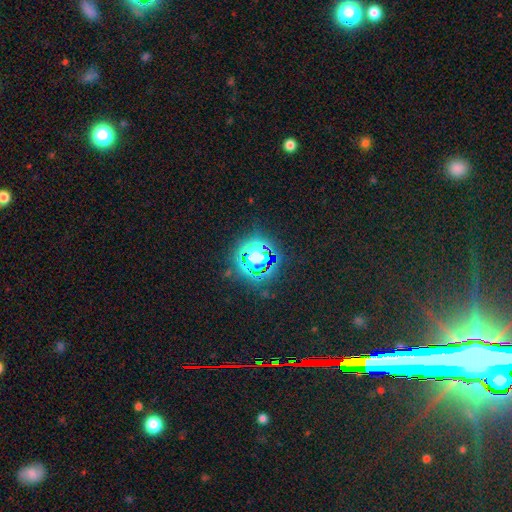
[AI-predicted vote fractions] Smooth or featured? star or artifact (58%)